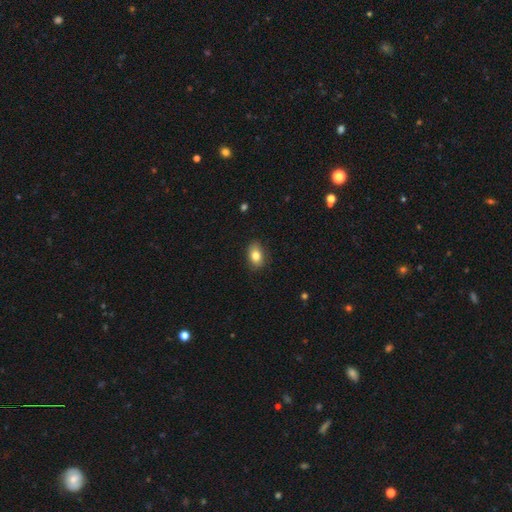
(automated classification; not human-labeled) Smooth or featured? smooth (82%)
How rounded? in between (84%)
Merging? none (82%)